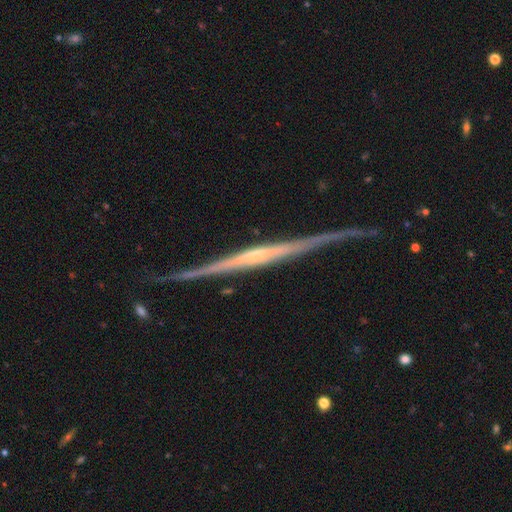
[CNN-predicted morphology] type=featured or disk (85%); edge-on=yes (97%); edge-on bulge=none (49%); merging=none (76%).